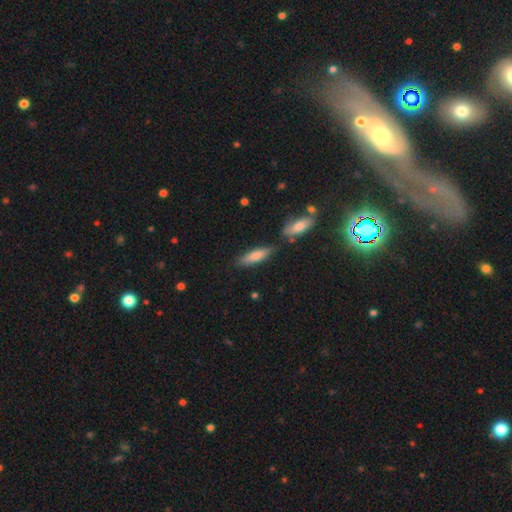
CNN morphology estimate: smooth-or-featured: smooth: 77% | featured or disk: 17% | star or artifact: 6%
  how-rounded: cigar-shaped: 62% | in between: 36% | round: 2%
  merging: none: 71% | minor disturbance: 14% | merger: 11% | major disturbance: 4%